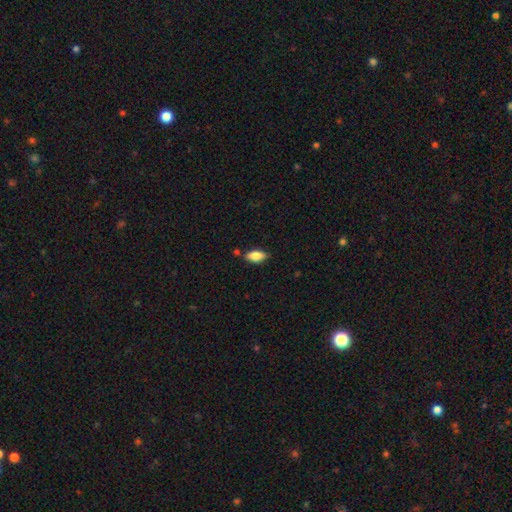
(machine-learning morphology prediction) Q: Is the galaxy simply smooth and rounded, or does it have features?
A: smooth — 83%.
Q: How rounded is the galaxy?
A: in between — 89%.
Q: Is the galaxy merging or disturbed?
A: none — 79%.